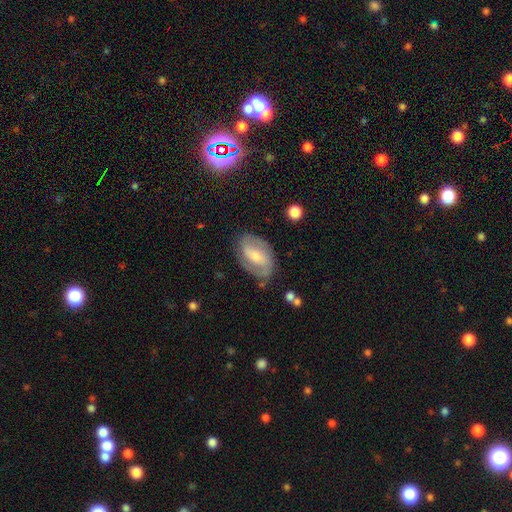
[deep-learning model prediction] smooth-or-featured: featured or disk: 69% | smooth: 25% | star or artifact: 6%
  disk-edge-on: no: 95% | yes: 5%
    bar: weak: 43% | strong: 35% | no: 22%
    has-spiral-arms: yes: 83% | no: 17%
      spiral-winding: medium: 45% | tight: 32% | loose: 23%
      spiral-arm-count: 2: 82% | can't tell: 10% | 1: 4% | 3: 2% | 4: 1% | more than 4: 1%
    bulge-size: moderate: 46% | small: 44% | large: 5% | none: 3% | dominant: 1%
  merging: none: 75% | minor disturbance: 17% | major disturbance: 6% | merger: 2%